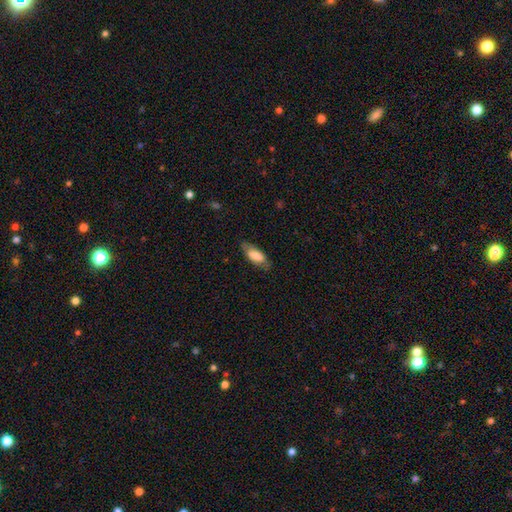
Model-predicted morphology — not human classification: Smooth or featured: smooth — 74% (featured or disk — 20%)
How rounded: in between — 78% (cigar-shaped — 20%)
Merging: none — 72% (minor disturbance — 21%)